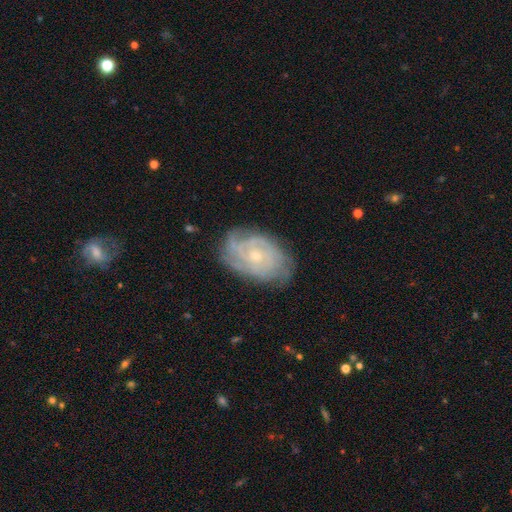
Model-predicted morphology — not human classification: Smooth or featured: featured or disk — 79% (smooth — 14%)
Edge-on disk: no — 96% (yes — 4%)
Bar: no — 77% (weak — 19%)
Spiral arms: yes — 93% (no — 7%)
Spiral winding: tight — 72% (medium — 22%)
Spiral arm count: can't tell — 40% (3 — 18%)
Bulge size: small — 67% (moderate — 29%)
Merging: none — 75% (minor disturbance — 18%)